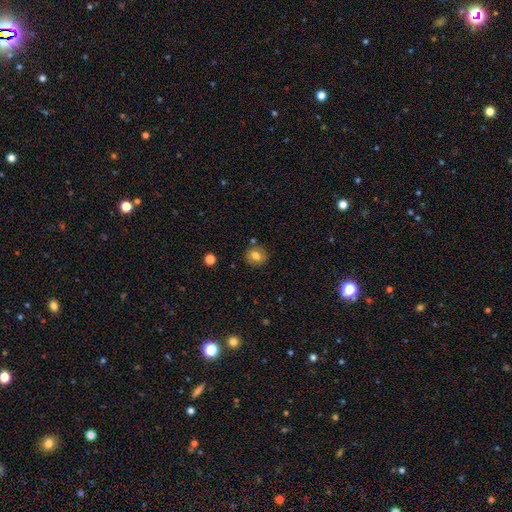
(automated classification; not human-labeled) smooth-or-featured: smooth: 77% | featured or disk: 13% | star or artifact: 11%
  how-rounded: round: 80% | in between: 19% | cigar-shaped: 1%
  merging: none: 83% | minor disturbance: 10% | merger: 4% | major disturbance: 2%